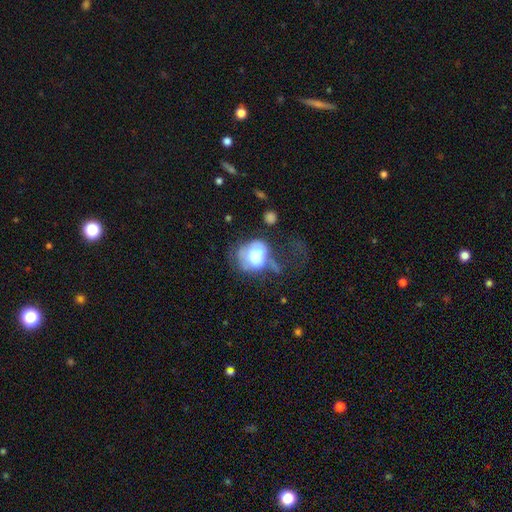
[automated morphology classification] A smooth galaxy with no disk features (56%) that is in between round and cigar-shaped (50%).

Vote fractions:
- Smooth or featured? smooth: 56% / featured or disk: 34% / star or artifact: 10%
- How rounded? in between: 50% / round: 49% / cigar-shaped: 1%
- Merging? major disturbance: 47% / minor disturbance: 20% / none: 20% / merger: 13%